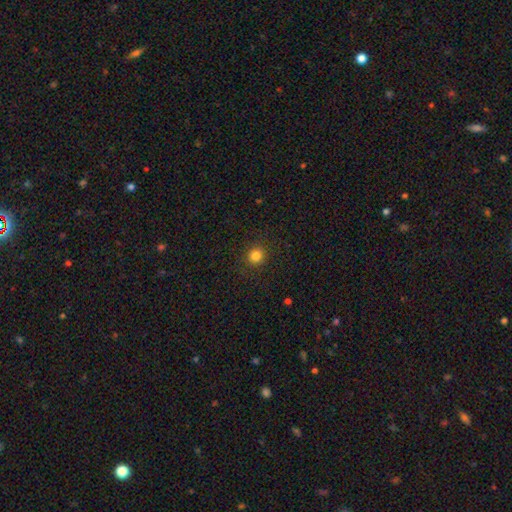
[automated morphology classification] smooth-or-featured: smooth: 83% | star or artifact: 13% | featured or disk: 4%
  how-rounded: round: 92% | in between: 7% | cigar-shaped: 1%
  merging: none: 90% | minor disturbance: 6% | major disturbance: 2% | merger: 1%